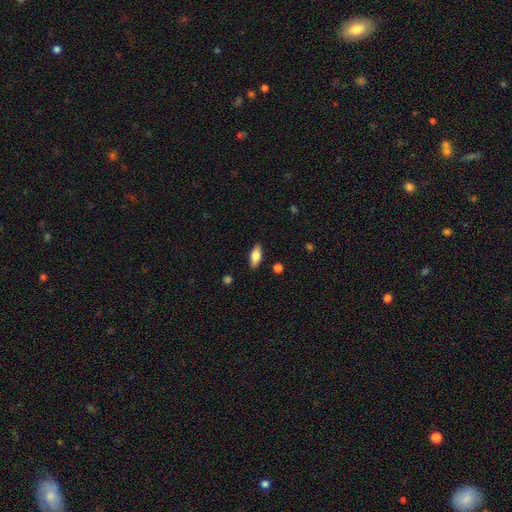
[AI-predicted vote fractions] smooth-or-featured: smooth: 71% | featured or disk: 23% | star or artifact: 7%
  how-rounded: in between: 75% | cigar-shaped: 22% | round: 3%
  merging: none: 87% | minor disturbance: 10% | major disturbance: 2% | merger: 1%